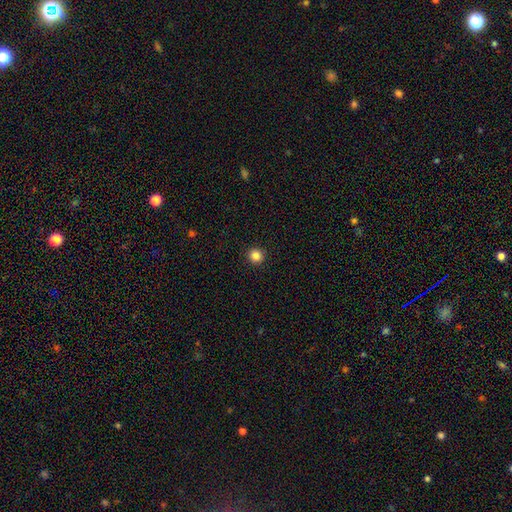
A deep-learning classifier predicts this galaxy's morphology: Smooth or featured? Predicted: smooth (p=0.85). How rounded? Predicted: round (p=0.94). Merging? Predicted: none (p=0.93).